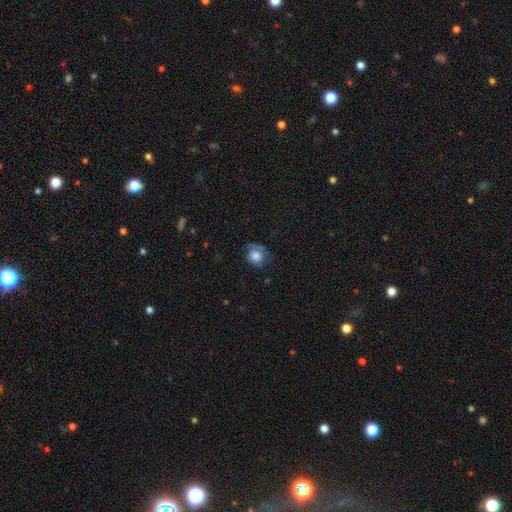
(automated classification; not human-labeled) Overall: smooth (70%). How rounded: round (72%). Merging: none (55%; minor disturbance 28%).